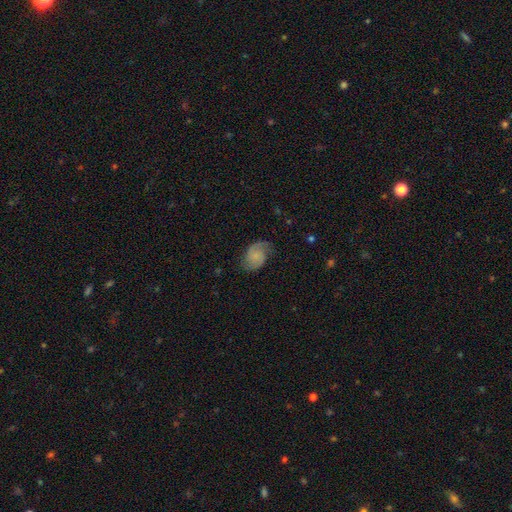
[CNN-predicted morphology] type=featured or disk (58%); edge-on=no (97%); bar=no (69%); spiral arms=yes (92%); winding=medium (44%); arm count=2 (80%); bulge=none (46%); merging=none (64%).